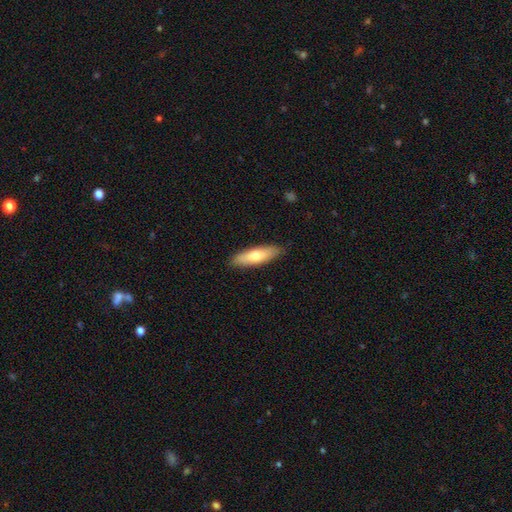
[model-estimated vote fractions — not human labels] Q: Smooth or featured?
A: smooth (67%); runner-up: featured or disk (28%)
Q: How rounded?
A: cigar-shaped (61%); runner-up: in between (37%)
Q: Merging?
A: none (88%); runner-up: minor disturbance (9%)